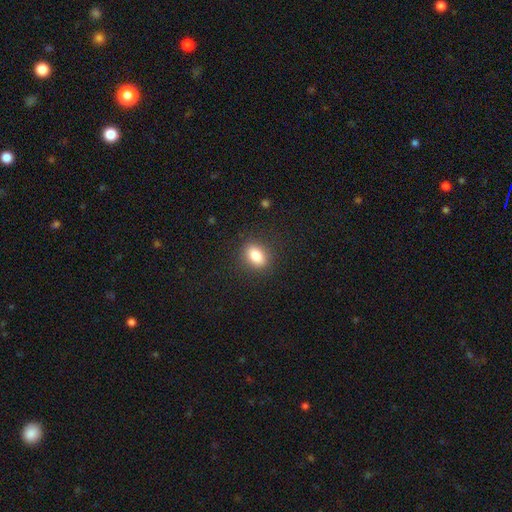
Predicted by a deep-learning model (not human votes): A smooth galaxy with no disk features (84%) that is in between round and cigar-shaped (76%). Merging: none (87%).